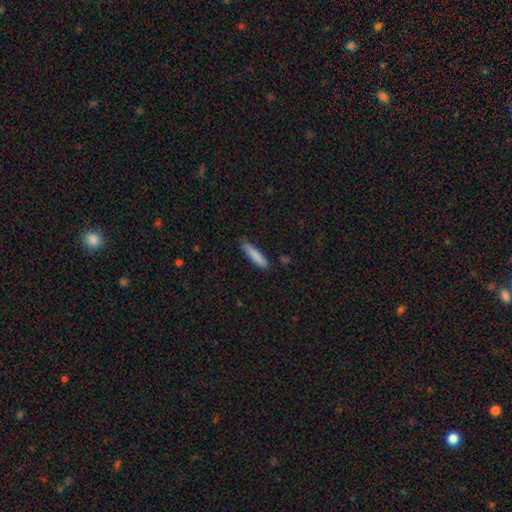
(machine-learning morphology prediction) smooth 85%, featured or disk 9%, star or artifact 6%. Down the decision tree: how rounded — cigar-shaped (84%); merging — none (79%).